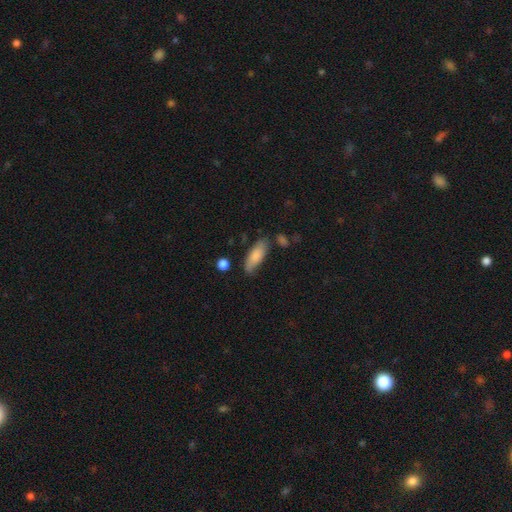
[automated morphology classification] smooth_or_featured: smooth (p=0.80) [alt: featured or disk p=0.14]
how_rounded: in between (p=0.69) [alt: cigar-shaped p=0.29]
merging: none (p=0.71) [alt: minor disturbance p=0.21]